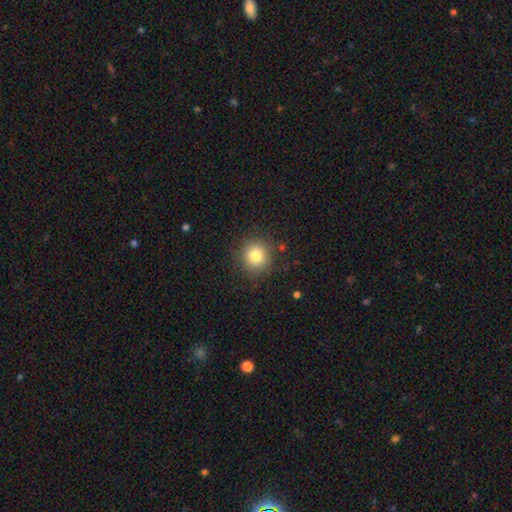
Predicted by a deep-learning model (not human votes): smooth_or_featured: smooth (p=0.79) [alt: star or artifact p=0.12]
how_rounded: round (p=0.91) [alt: in between p=0.08]
merging: none (p=0.88) [alt: minor disturbance p=0.08]